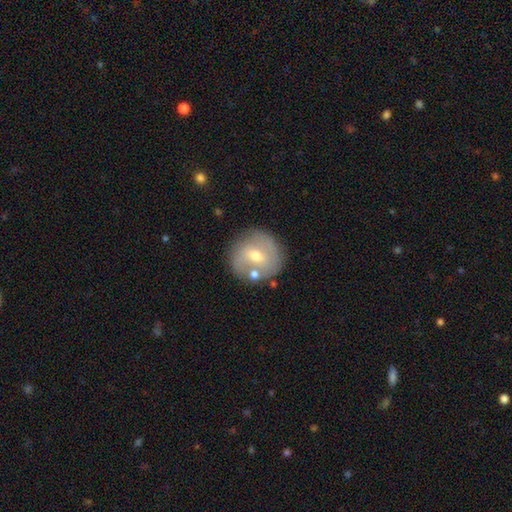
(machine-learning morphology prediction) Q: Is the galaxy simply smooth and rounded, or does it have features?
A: smooth — 46%.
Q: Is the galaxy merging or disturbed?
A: none — 74%.